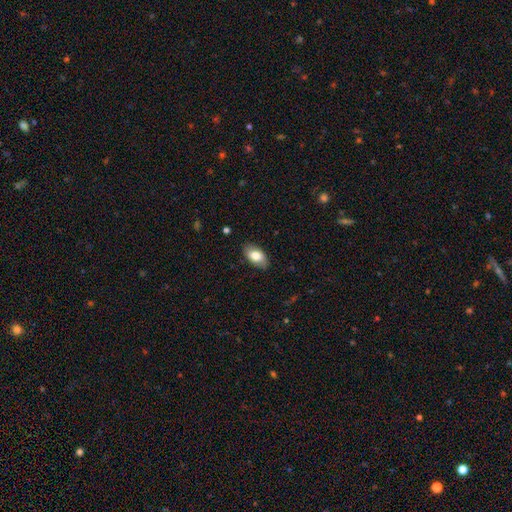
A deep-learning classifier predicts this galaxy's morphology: Smooth or featured? Predicted: smooth (p=0.80). How rounded? Predicted: in between (p=0.94). Merging? Predicted: none (p=0.86).